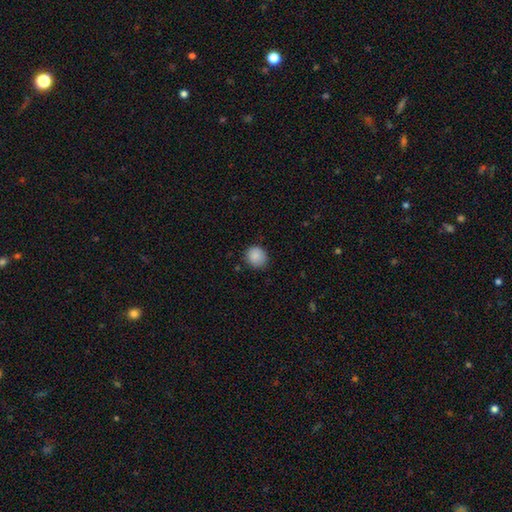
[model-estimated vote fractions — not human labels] This is clearly a smooth galaxy (88%). How rounded: clearly round (84%). Merging: clearly none (81%).